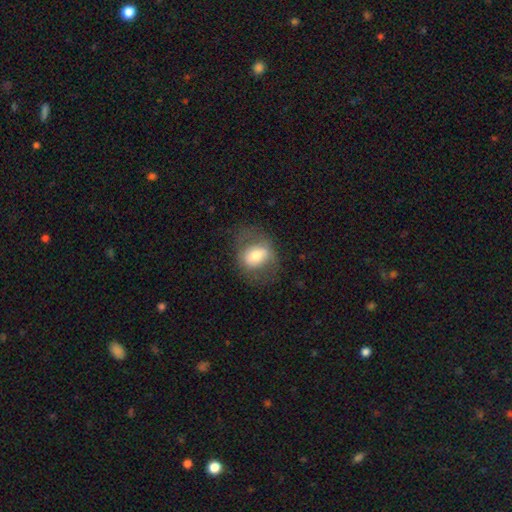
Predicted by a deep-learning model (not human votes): Smooth or featured?
  - smooth: 56% *
  - featured or disk: 36%
  - star or artifact: 8%
How rounded?
  - in between: 56% *
  - round: 42%
  - cigar-shaped: 2%
Merging?
  - none: 66% *
  - minor disturbance: 18%
  - major disturbance: 14%
  - merger: 1%